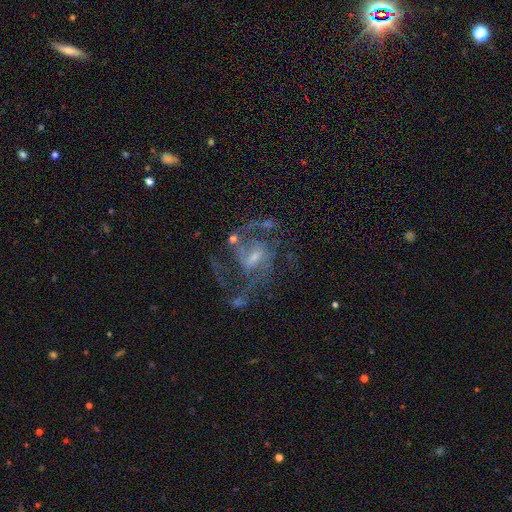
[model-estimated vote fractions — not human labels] featured or disk 84%, star or artifact 9%, smooth 7%. Down the decision tree: edge-on disk — no (98%); bar — weak (52%); spiral arms — yes (92%); spiral arm count — 2 (55%); spiral winding — medium (55%); bulge size — small (56%); merging — none (54%).